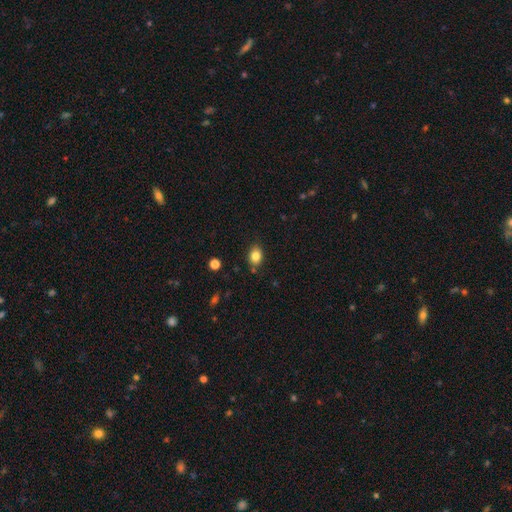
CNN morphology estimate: smooth-or-featured: smooth: 83% | star or artifact: 10% | featured or disk: 7%
  how-rounded: in between: 68% | round: 31% | cigar-shaped: 1%
  merging: none: 80% | minor disturbance: 14% | merger: 3% | major disturbance: 3%